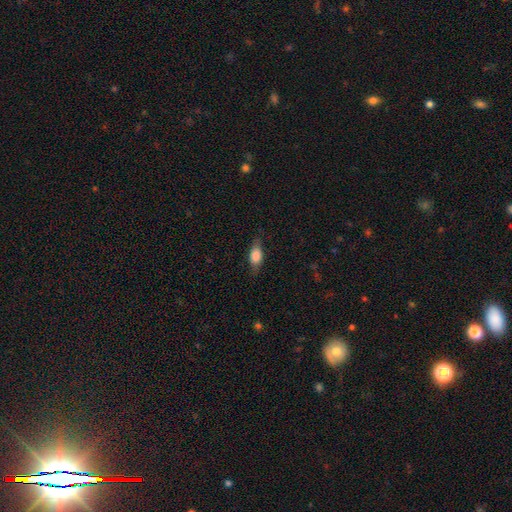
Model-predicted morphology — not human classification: A smooth galaxy with no disk features (75%) that is in between round and cigar-shaped (81%). Merging: none (74%).